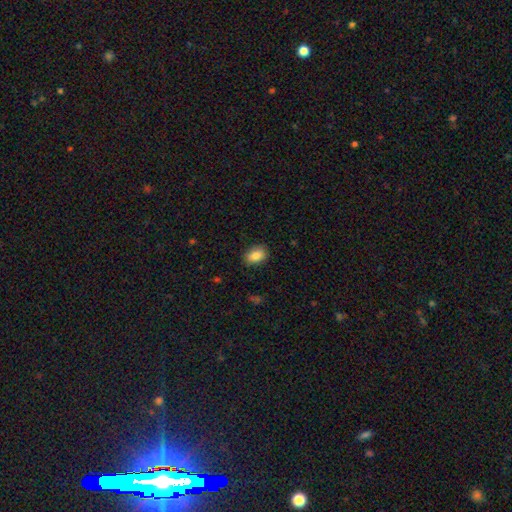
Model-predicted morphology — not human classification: A smooth galaxy with no disk features (86%) that is in between round and cigar-shaped (80%). Merging: none (87%).